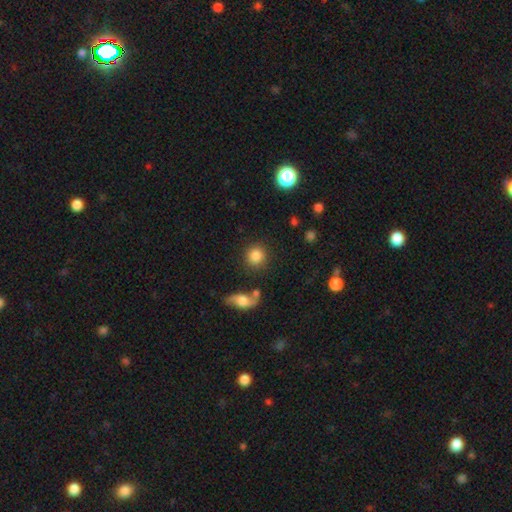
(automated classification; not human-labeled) This is clearly a smooth galaxy (83%). How rounded: clearly round (89%). Merging: clearly none (82%).